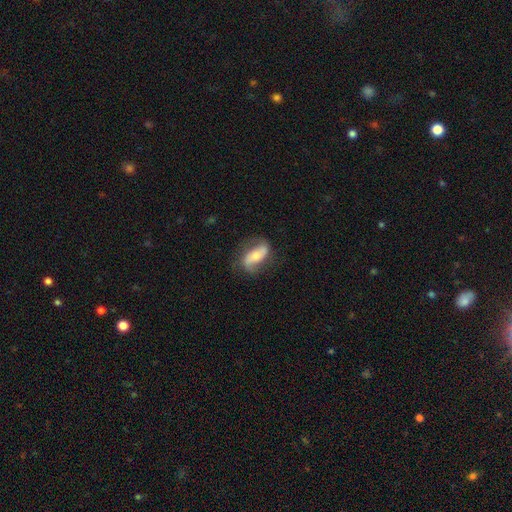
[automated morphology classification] type=featured or disk (65%); edge-on=no (91%); bar=no (41%); spiral arms=yes (88%); winding=loose (57%); arm count=2 (88%); bulge=moderate (50%); merging=none (73%).